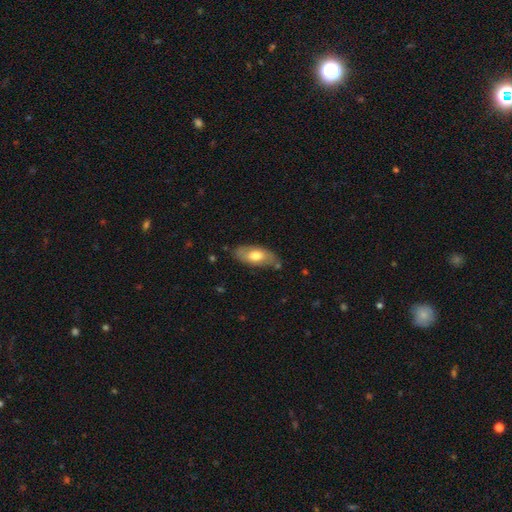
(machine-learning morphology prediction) smooth-or-featured: smooth: 63% | featured or disk: 31% | star or artifact: 6%
  how-rounded: in between: 90% | cigar-shaped: 7% | round: 3%
  merging: none: 74% | minor disturbance: 18% | major disturbance: 4% | merger: 3%